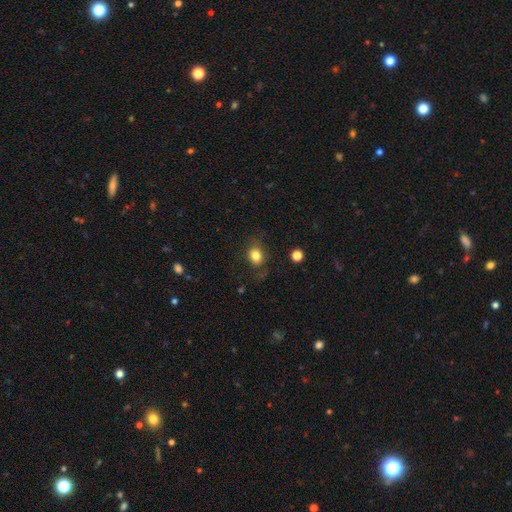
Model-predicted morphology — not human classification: This is clearly a smooth galaxy (81%). How rounded: possibly round (52%). Merging: likely none (76%).